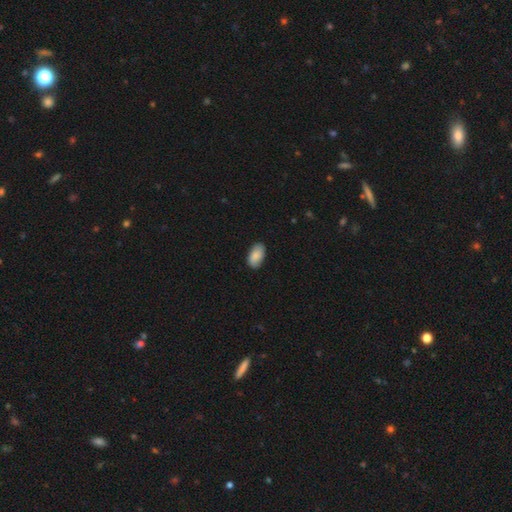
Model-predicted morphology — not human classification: smooth_or_featured: smooth (p=0.86) [alt: featured or disk p=0.08]
how_rounded: in between (p=0.94) [alt: round p=0.04]
merging: none (p=0.85) [alt: minor disturbance p=0.12]